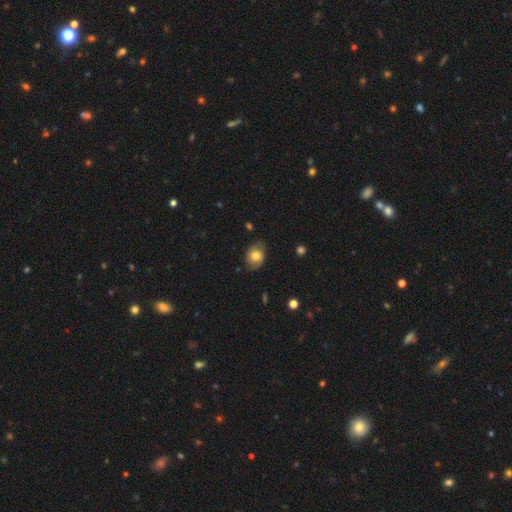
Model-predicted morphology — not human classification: The model was most divided on "how rounded": in between: 73%, round: 26%, cigar-shaped: 1%. More confident: merging — none (76%); smooth or featured — smooth (70%).